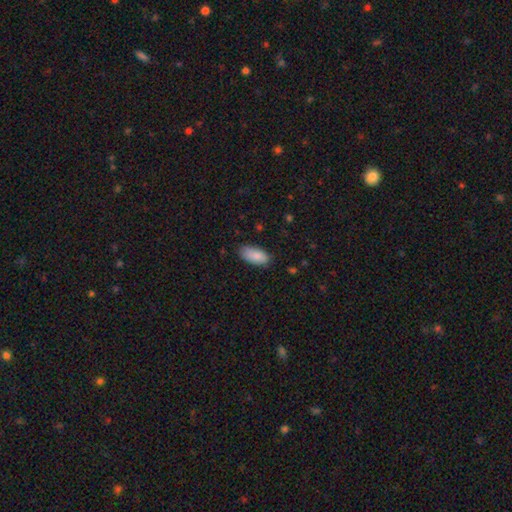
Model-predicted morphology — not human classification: Smooth or featured?
  - smooth: 87% *
  - featured or disk: 7%
  - star or artifact: 6%
How rounded?
  - in between: 91% *
  - cigar-shaped: 7%
  - round: 2%
Merging?
  - none: 77% *
  - minor disturbance: 18%
  - major disturbance: 3%
  - merger: 1%